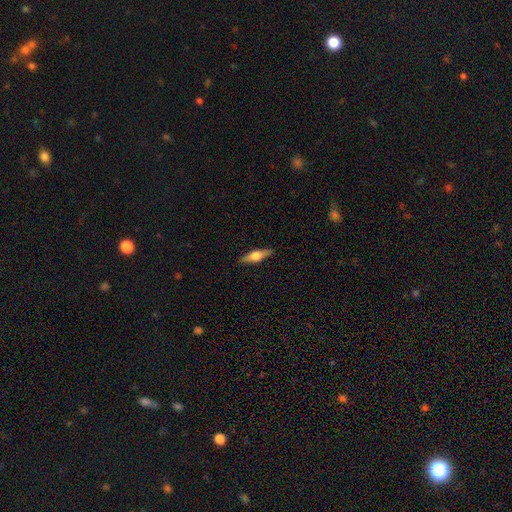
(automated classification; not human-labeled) Q: Smooth or featured?
A: featured or disk (54%); runner-up: smooth (40%)
Q: Edge-on disk?
A: yes (95%); runner-up: no (5%)
Q: Edge-on bulge?
A: rounded (91%); runner-up: boxy (7%)
Q: Merging?
A: none (89%); runner-up: minor disturbance (8%)